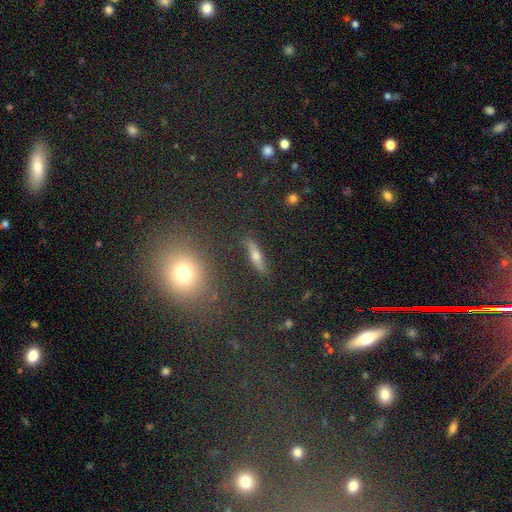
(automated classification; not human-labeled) smooth-or-featured: smooth: 41% | featured or disk: 32% | star or artifact: 28%
  merging: none: 86% | minor disturbance: 8% | major disturbance: 3% | merger: 3%